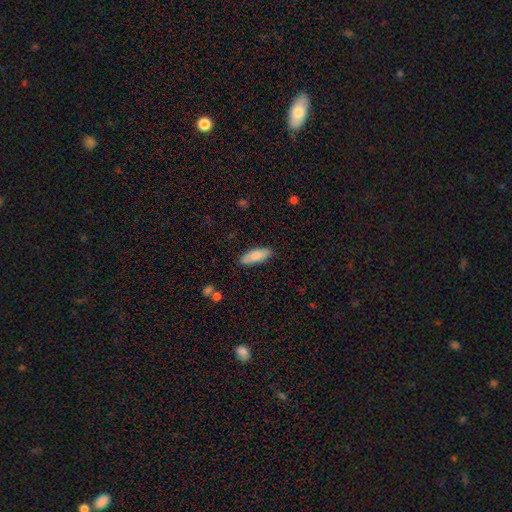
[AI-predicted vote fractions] Q: Smooth or featured?
A: smooth (84%); runner-up: featured or disk (11%)
Q: How rounded?
A: in between (66%); runner-up: cigar-shaped (32%)
Q: Merging?
A: none (86%); runner-up: minor disturbance (11%)